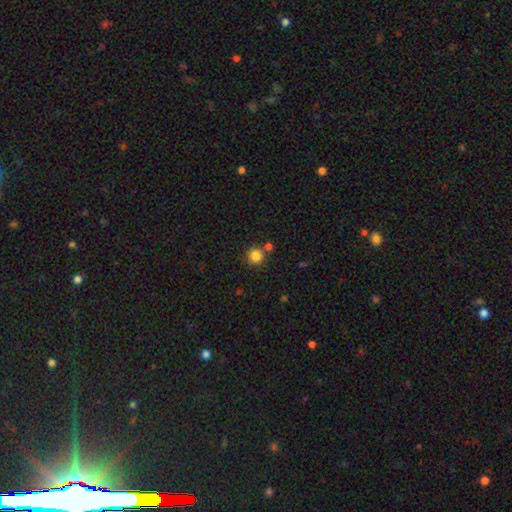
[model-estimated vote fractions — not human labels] smooth-or-featured: smooth: 84% | star or artifact: 11% | featured or disk: 5%
  how-rounded: round: 92% | in between: 7% | cigar-shaped: 1%
  merging: none: 76% | merger: 13% | minor disturbance: 9% | major disturbance: 3%